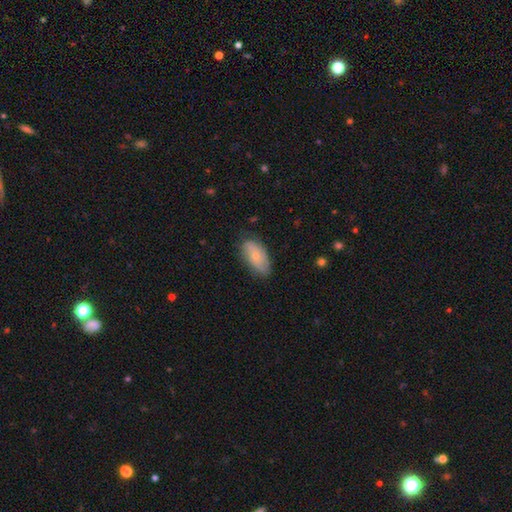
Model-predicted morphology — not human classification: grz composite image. It shows a smooth galaxy with no disk features (63%) that is in between round and cigar-shaped (92%). Merging: none (71%).